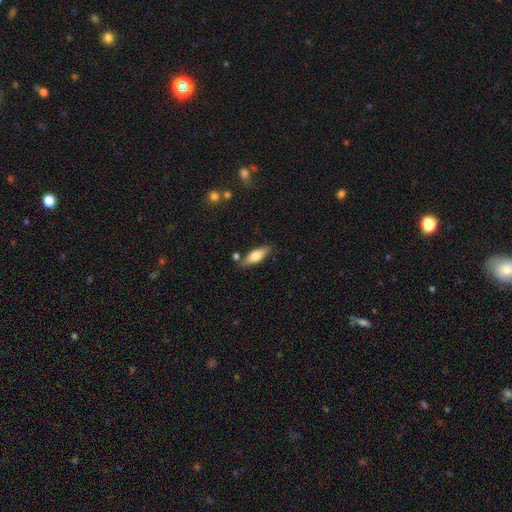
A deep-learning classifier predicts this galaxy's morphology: This appears to be a smooth galaxy with no disk features (62%) that is in between round and cigar-shaped (60%). Merging: none (77%).